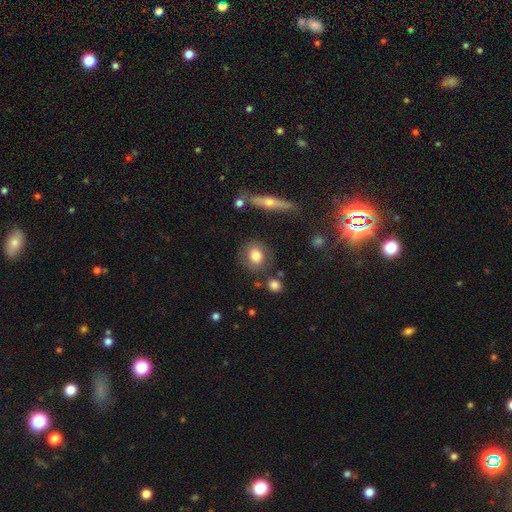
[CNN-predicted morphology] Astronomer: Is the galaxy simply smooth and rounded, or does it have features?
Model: smooth — 73%.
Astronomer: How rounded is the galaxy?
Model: round — 78%.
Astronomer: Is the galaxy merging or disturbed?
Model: none — 79%.